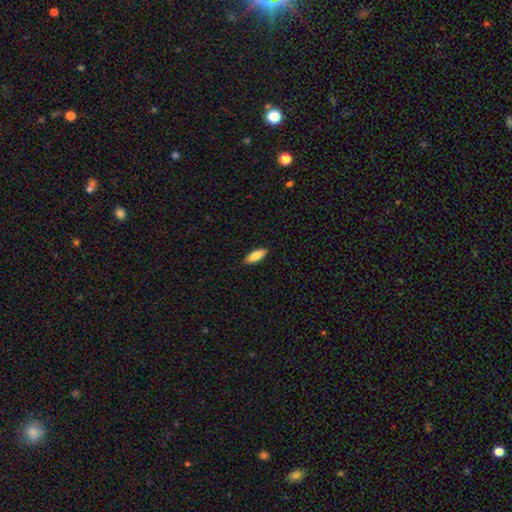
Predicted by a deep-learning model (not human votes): The model was most divided on "how rounded": in between: 64%, cigar-shaped: 34%, round: 2%. More confident: merging — none (88%); smooth or featured — smooth (82%).